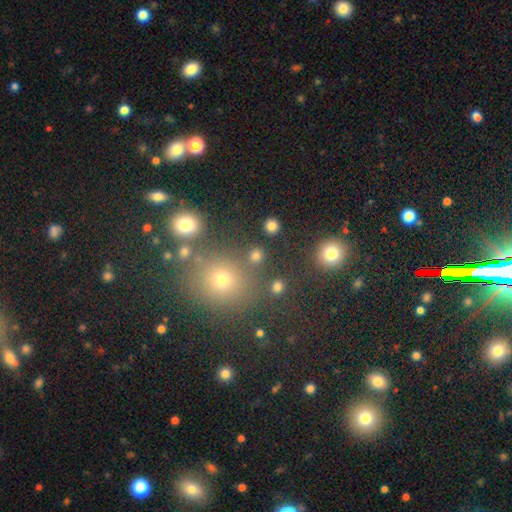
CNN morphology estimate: Overall: smooth (78%). How rounded: round (88%). Merging: none (82%).